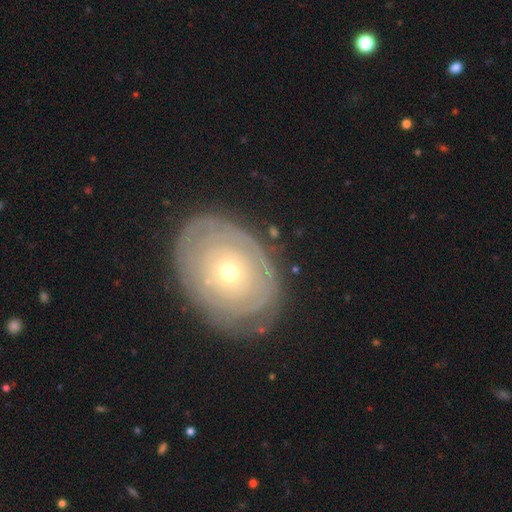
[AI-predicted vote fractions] The model was most divided on "spiral arms": yes: 52%, no: 48%. More confident: edge-on disk — no (94%); bar — no (90%); merging — none (80%); bulge size — small (66%); smooth or featured — featured or disk (64%).